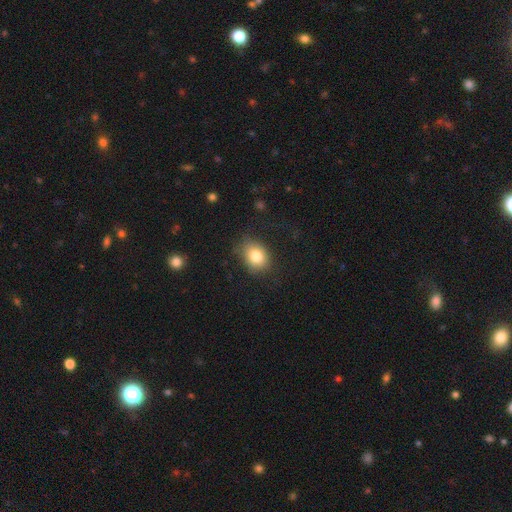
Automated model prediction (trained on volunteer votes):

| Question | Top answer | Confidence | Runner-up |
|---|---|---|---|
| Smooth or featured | smooth | 81% | star or artifact (10%) |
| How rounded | in between | 60% | round (39%) |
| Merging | none | 74% | minor disturbance (18%) |